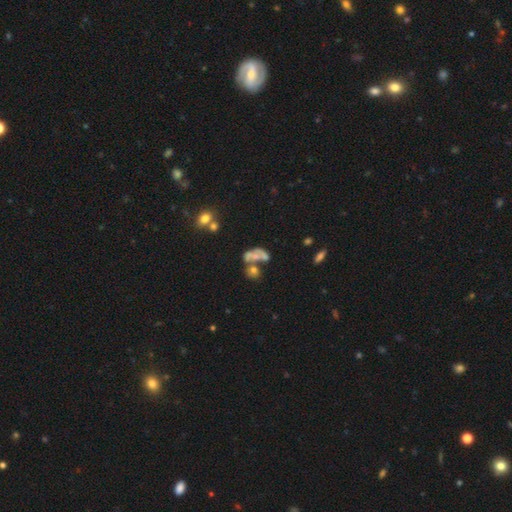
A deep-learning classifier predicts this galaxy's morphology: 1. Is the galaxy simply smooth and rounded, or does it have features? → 43% featured or disk, 42% smooth, 16% star or artifact.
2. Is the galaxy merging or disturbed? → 48% merger, 20% none, 20% major disturbance, 13% minor disturbance.